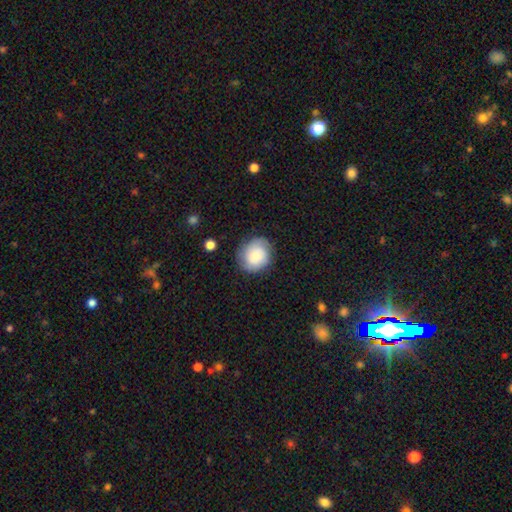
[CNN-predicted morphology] Overall: smooth (69%). How rounded: round (76%). Merging: none (78%).